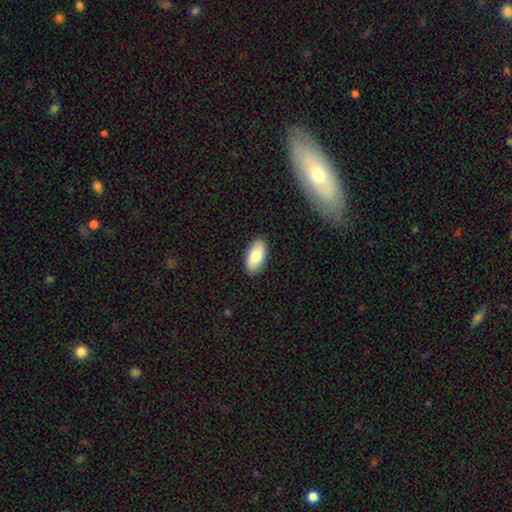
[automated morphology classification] smooth-or-featured: smooth: 79% | featured or disk: 15% | star or artifact: 6%
  how-rounded: in between: 93% | cigar-shaped: 5% | round: 2%
  merging: none: 89% | minor disturbance: 8% | major disturbance: 2% | merger: 1%